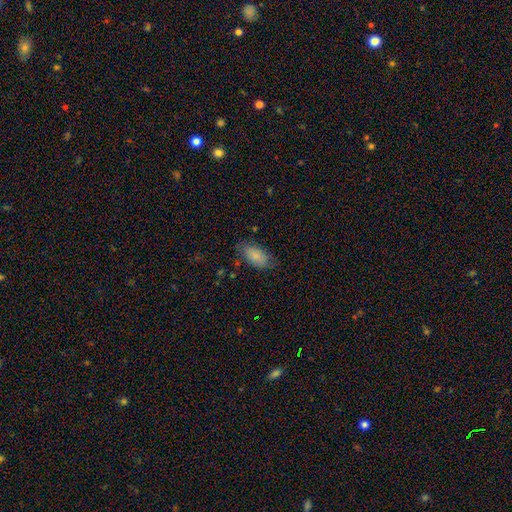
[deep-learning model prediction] A smooth galaxy with no disk features (85%) that is in between round and cigar-shaped (93%).

Vote fractions:
- Smooth or featured? smooth: 85% / featured or disk: 9% / star or artifact: 7%
- How rounded? in between: 93% / cigar-shaped: 4% / round: 3%
- Merging? none: 76% / minor disturbance: 18% / major disturbance: 5% / merger: 1%